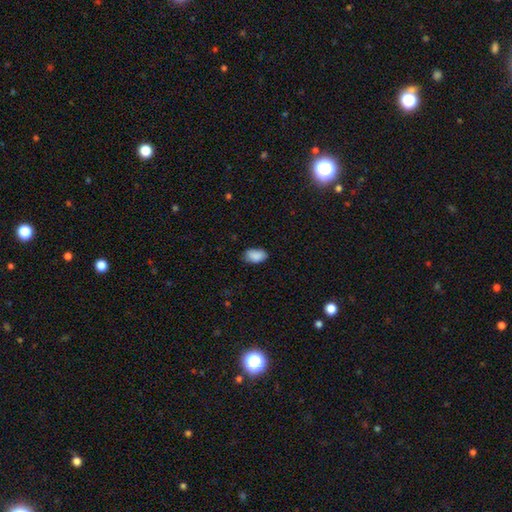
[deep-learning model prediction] This appears to be a smooth galaxy with no disk features (89%) that is in between round and cigar-shaped (92%). Merging: none (78%).